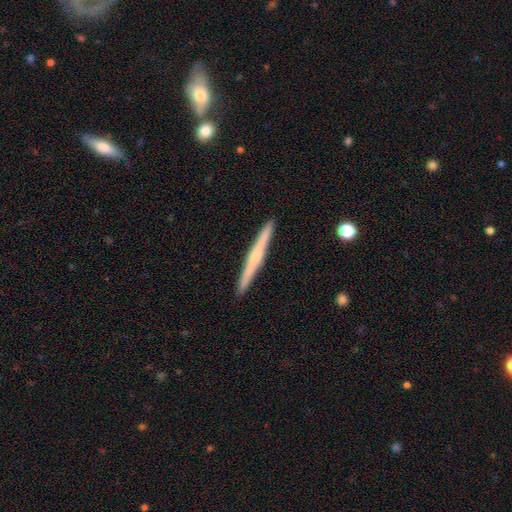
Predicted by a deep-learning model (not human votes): This is possibly a featured or disk galaxy (57%). It is clearly viewed edge-on (98%). Edge-on bulge: possibly rounded (48%). Merging: clearly none (92%).